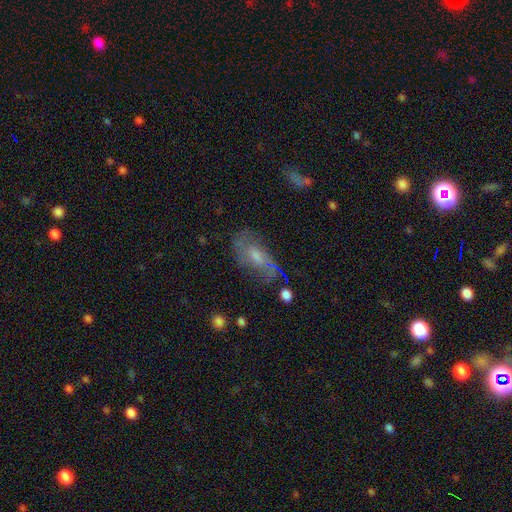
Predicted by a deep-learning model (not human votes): Overall: featured or disk (57%; smooth 31%). Edge-on disk: no (91%). Bar: no (57%; weak 36%). Spiral arms: yes (71%). Bulge size: moderate (49%; small 34%). Merging: none (53%; minor disturbance 24%).